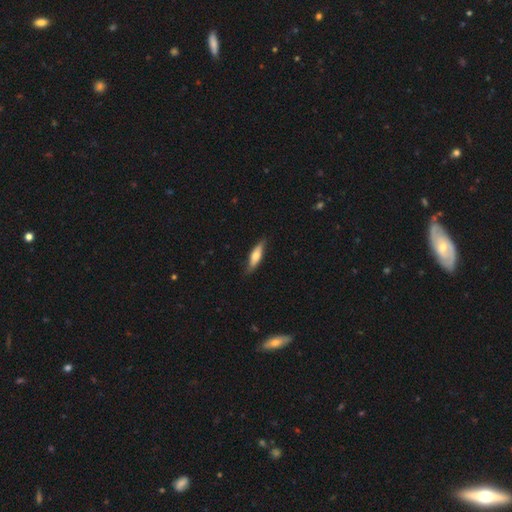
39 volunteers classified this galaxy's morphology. Q: Smooth or featured?
A: smooth (62%); runner-up: featured or disk (36%)
Q: How rounded?
A: cigar-shaped (71%); runner-up: in between (29%)
Q: Merging?
A: none (76%); runner-up: minor disturbance (24%)